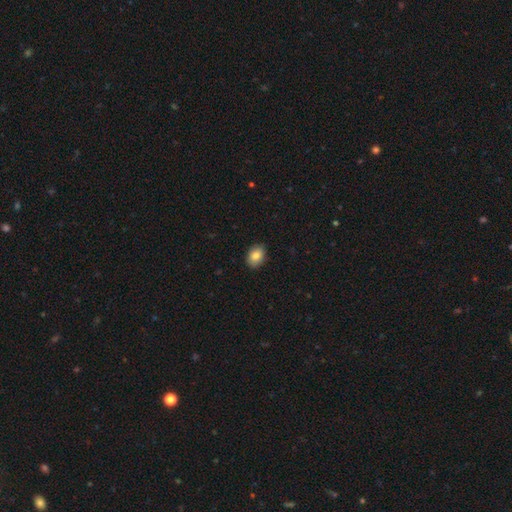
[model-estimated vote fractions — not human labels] A smooth galaxy with no disk features (84%) that is in between round and cigar-shaped (80%). Merging: none (88%).